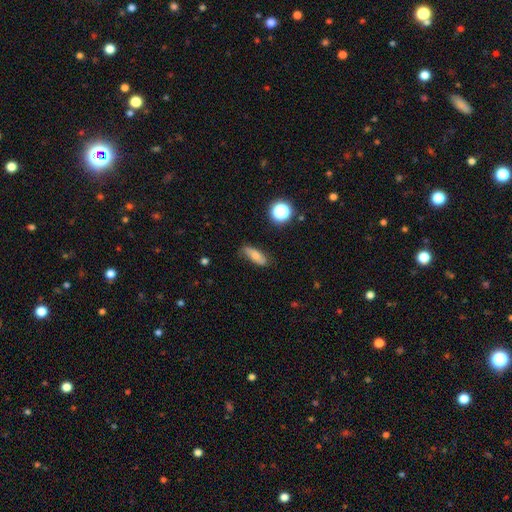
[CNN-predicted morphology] Smooth or featured? smooth (68%)
How rounded? in between (59%)
Merging? none (78%)